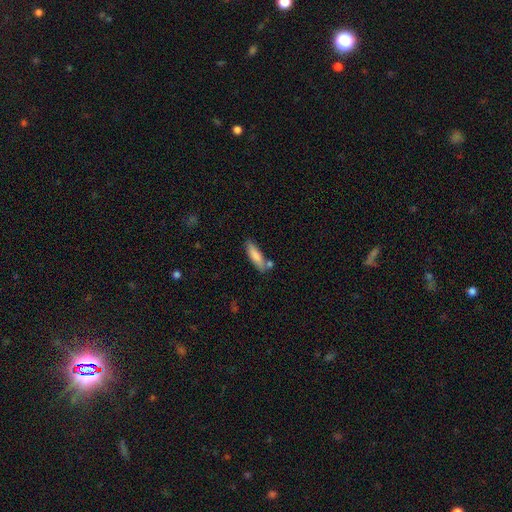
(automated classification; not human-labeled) Smooth or featured? smooth (81%)
How rounded? cigar-shaped (63%)
Merging? none (69%)